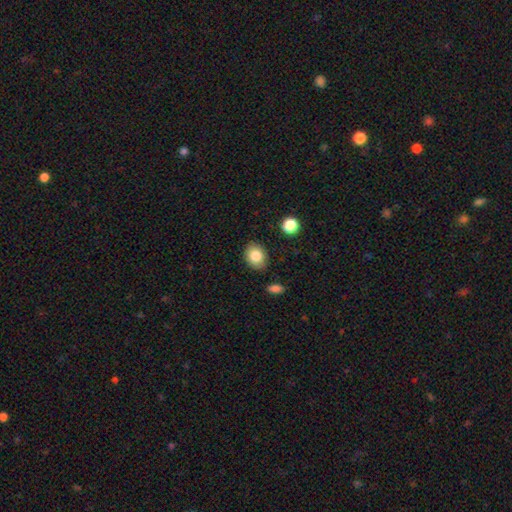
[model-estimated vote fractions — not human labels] This appears to be a smooth galaxy with no disk features (83%) that is in between round and cigar-shaped (57%). Merging: none (86%).